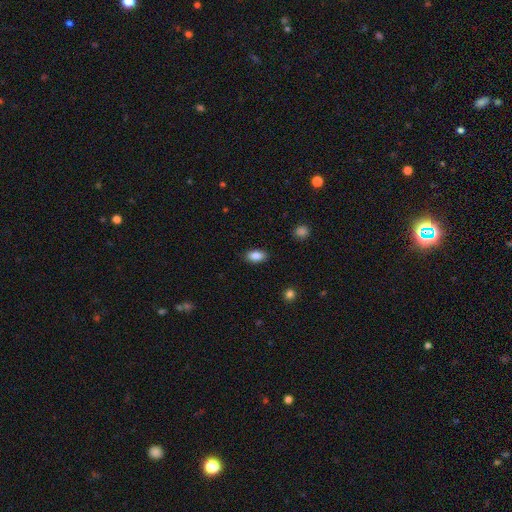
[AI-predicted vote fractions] A smooth galaxy with no disk features (88%) that is in between round and cigar-shaped (91%).

Vote fractions:
- Smooth or featured? smooth: 88% / star or artifact: 8% / featured or disk: 4%
- How rounded? in between: 91% / round: 6% / cigar-shaped: 3%
- Merging? none: 87% / minor disturbance: 9% / major disturbance: 2% / merger: 1%